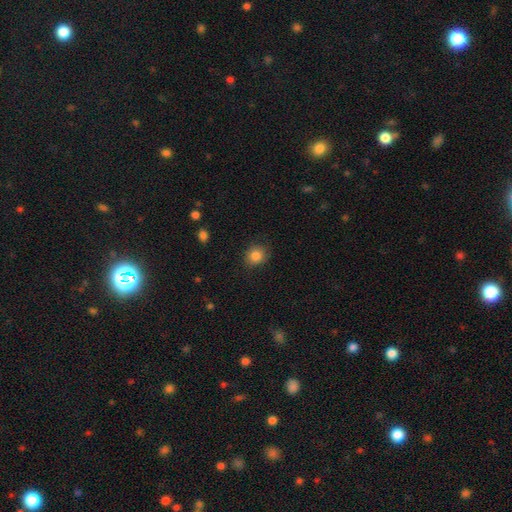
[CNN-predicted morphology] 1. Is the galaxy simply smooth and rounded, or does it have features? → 84% smooth, 10% star or artifact, 6% featured or disk.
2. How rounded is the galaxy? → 77% round, 23% in between, 1% cigar-shaped.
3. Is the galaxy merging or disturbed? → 83% none, 13% minor disturbance, 3% major disturbance, 1% merger.